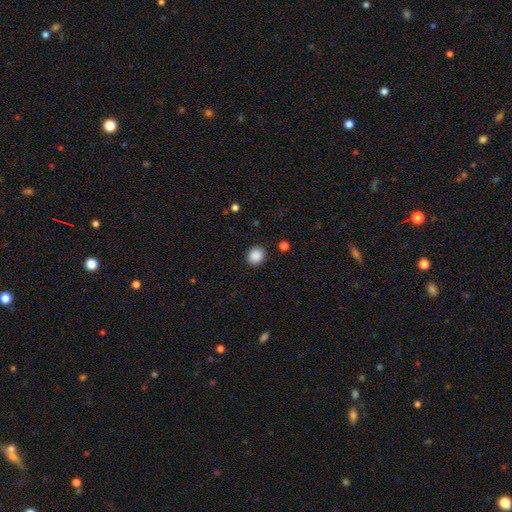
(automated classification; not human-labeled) Morphology: type=smooth (89%); roundness=round (74%); merging=none (89%).